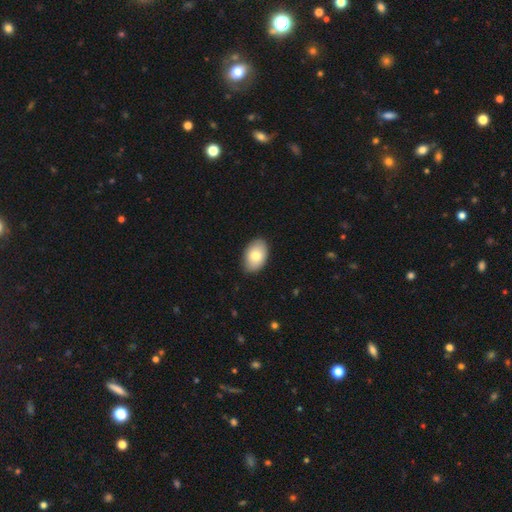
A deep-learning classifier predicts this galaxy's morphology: smooth_or_featured: smooth (p=0.79) [alt: featured or disk p=0.14]
how_rounded: in between (p=0.89) [alt: round p=0.10]
merging: none (p=0.87) [alt: minor disturbance p=0.11]